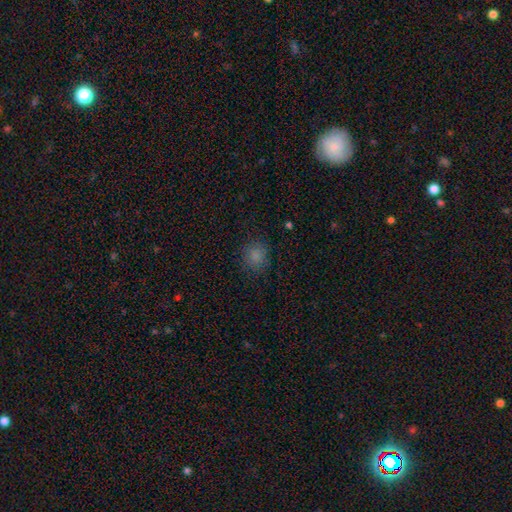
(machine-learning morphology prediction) type=smooth (83%); roundness=round (83%); merging=none (85%).